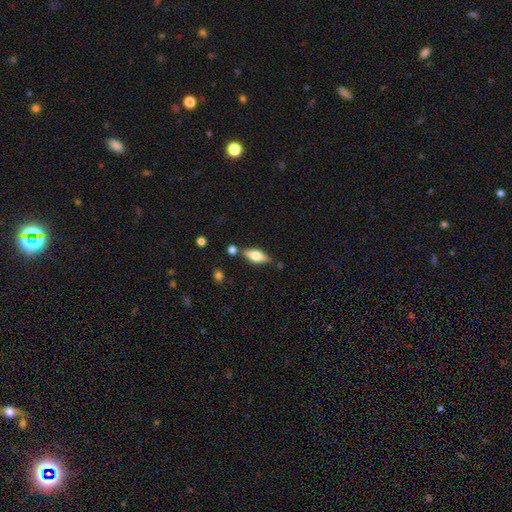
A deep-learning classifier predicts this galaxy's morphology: Smooth or featured: smooth — 53% (featured or disk — 40%)
How rounded: in between — 67% (cigar-shaped — 30%)
Merging: none — 75% (minor disturbance — 14%)